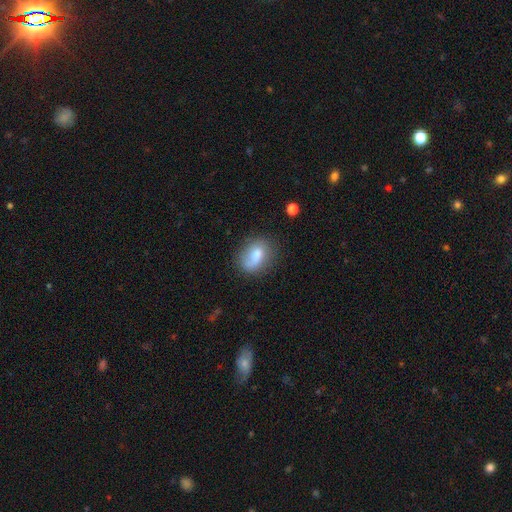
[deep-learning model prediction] smooth 72%, featured or disk 20%, star or artifact 8%. Down the decision tree: how rounded — in between (71%); merging — none (61%).